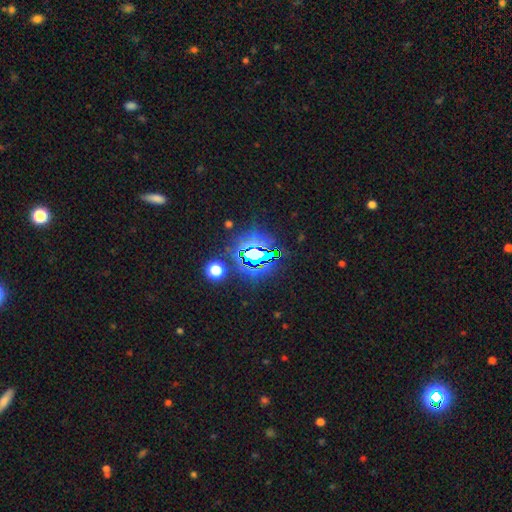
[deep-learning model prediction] A star or artifact, not a galaxy (81%).